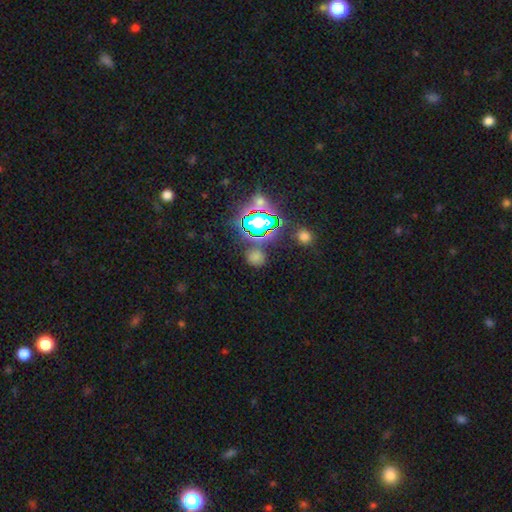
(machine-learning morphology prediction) A star or artifact, not a galaxy (53%).

Vote fractions:
- Smooth or featured? star or artifact: 53% / smooth: 38% / featured or disk: 8%